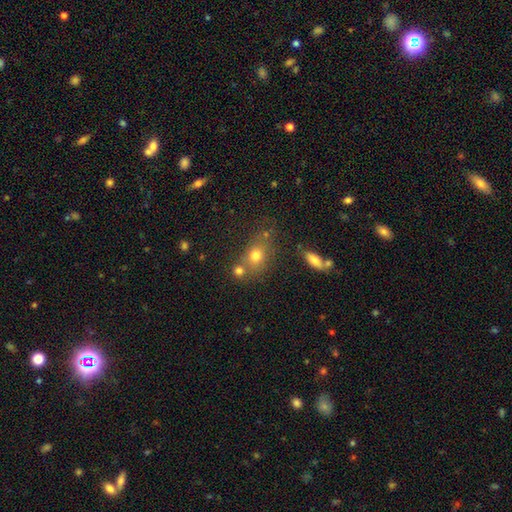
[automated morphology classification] smooth_or_featured: smooth (p=0.71) [alt: star or artifact p=0.14]
how_rounded: in between (p=0.49) [tied with: round p=0.49]
merging: none (p=0.58) [alt: merger p=0.22]